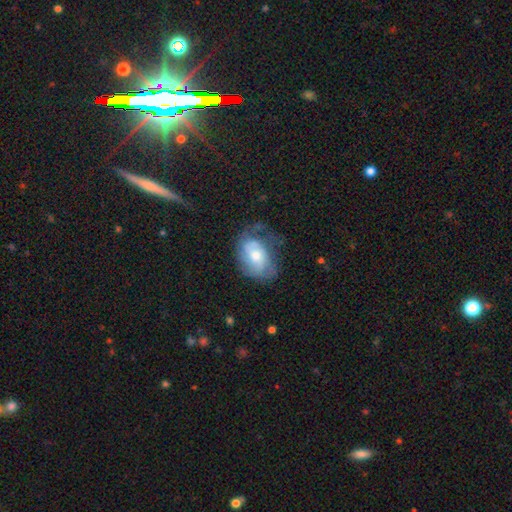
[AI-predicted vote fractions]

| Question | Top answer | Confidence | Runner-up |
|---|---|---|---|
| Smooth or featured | featured or disk | 50% | smooth (42%) |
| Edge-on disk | no | 95% | yes (5%) |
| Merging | none | 48% | minor disturbance (29%) |